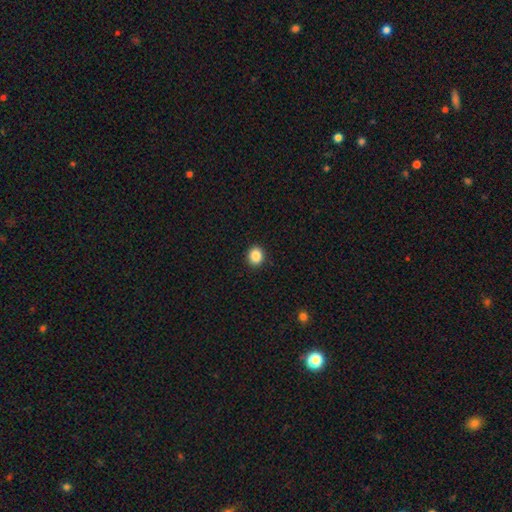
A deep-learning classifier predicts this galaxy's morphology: smooth_or_featured: smooth (p=0.87) [alt: star or artifact p=0.09]
how_rounded: round (p=0.70) [alt: in between p=0.29]
merging: none (p=0.92) [alt: minor disturbance p=0.06]